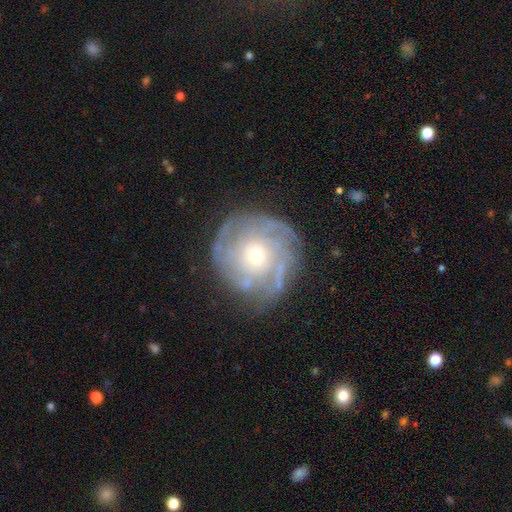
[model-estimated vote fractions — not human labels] The model was most divided on "bulge size": moderate: 55%, small: 37%, large: 5%, none: 1%, dominant: 1%. Remaining: edge-on disk — no (97%); spiral arms — yes (85%); bar — no (80%); smooth or featured — featured or disk (77%); merging — none (76%); spiral winding — tight (68%); spiral arm count — can't tell (45%).